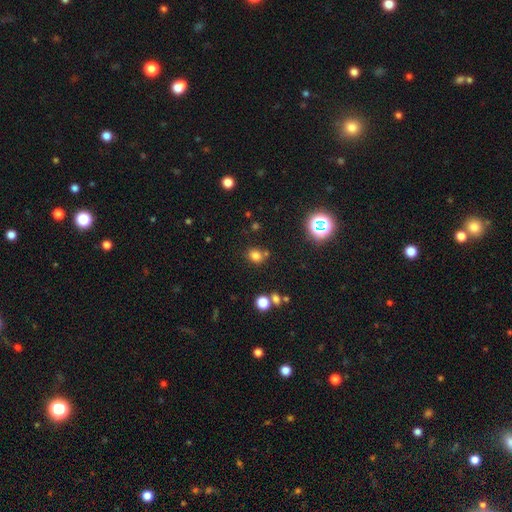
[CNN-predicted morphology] Q: Smooth or featured?
A: smooth (75%); runner-up: star or artifact (19%)
Q: How rounded?
A: round (68%); runner-up: in between (31%)
Q: Merging?
A: none (71%); runner-up: merger (13%)